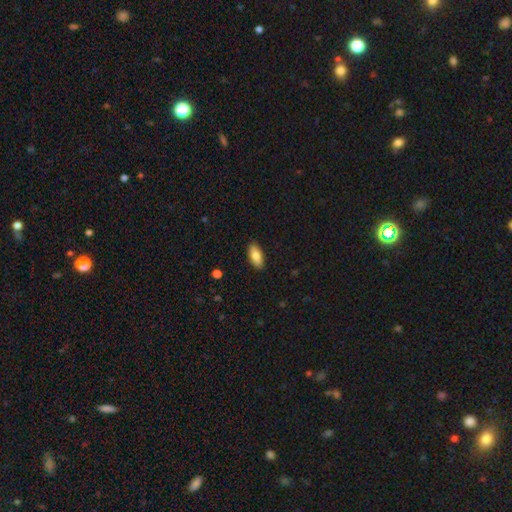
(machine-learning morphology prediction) smooth_or_featured: smooth (p=0.83) [alt: featured or disk p=0.11]
how_rounded: in between (p=0.86) [alt: cigar-shaped p=0.11]
merging: none (p=0.90) [alt: minor disturbance p=0.08]